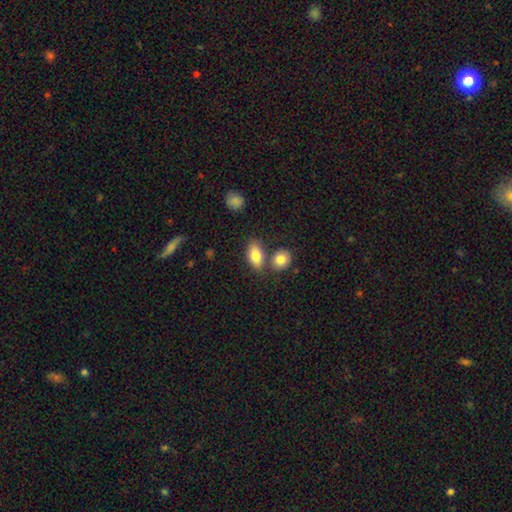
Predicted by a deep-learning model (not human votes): Smooth or featured?
  - smooth: 82% *
  - featured or disk: 11%
  - star or artifact: 7%
How rounded?
  - in between: 87% *
  - round: 8%
  - cigar-shaped: 5%
Merging?
  - none: 62% *
  - merger: 23%
  - minor disturbance: 11%
  - major disturbance: 3%